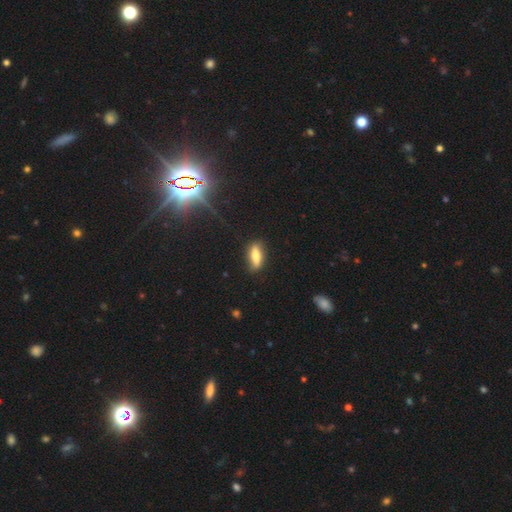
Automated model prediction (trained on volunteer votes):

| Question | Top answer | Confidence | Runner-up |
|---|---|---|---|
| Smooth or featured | smooth | 68% | featured or disk (24%) |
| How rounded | in between | 56% | cigar-shaped (41%) |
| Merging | none | 81% | minor disturbance (14%) |